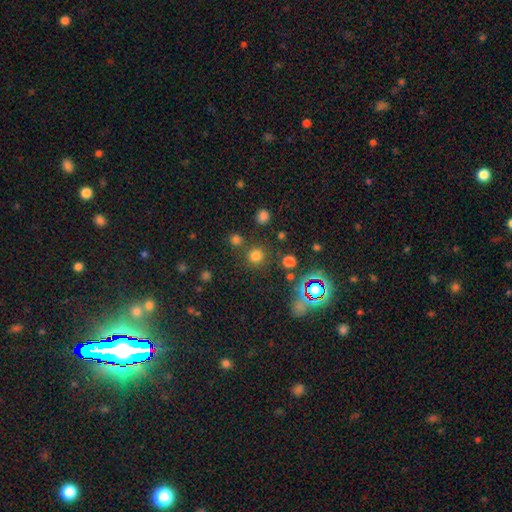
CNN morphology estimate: Smooth or featured? smooth (72%)
How rounded? round (92%)
Merging? none (81%)